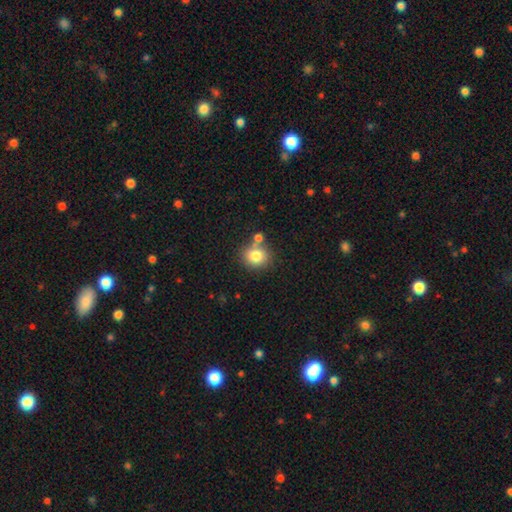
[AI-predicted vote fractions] A smooth galaxy with no disk features (80%) that is round (77%). Merging: none (67%).